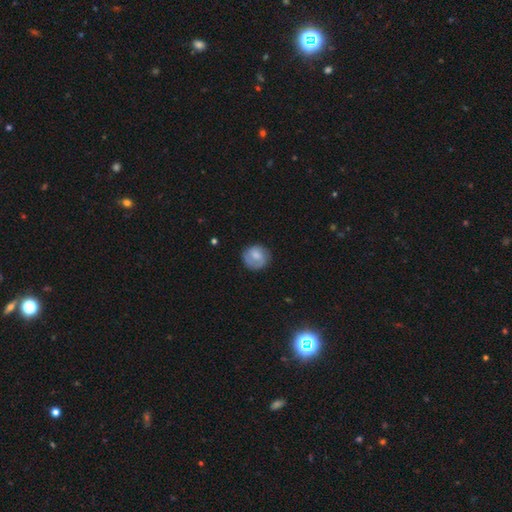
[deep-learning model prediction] Smooth or featured? Predicted: smooth (p=0.65). How rounded? Predicted: round (p=0.87). Merging? Predicted: none (p=0.75).